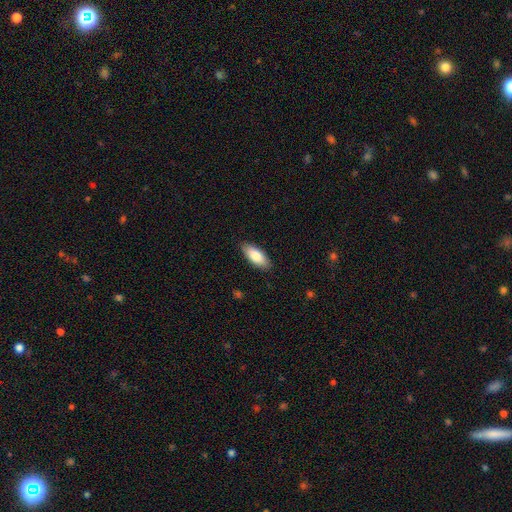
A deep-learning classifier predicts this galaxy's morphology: Smooth or featured?
  - smooth: 83% *
  - featured or disk: 11%
  - star or artifact: 6%
How rounded?
  - in between: 82% *
  - cigar-shaped: 16%
  - round: 2%
Merging?
  - none: 88% *
  - minor disturbance: 9%
  - major disturbance: 2%
  - merger: 1%